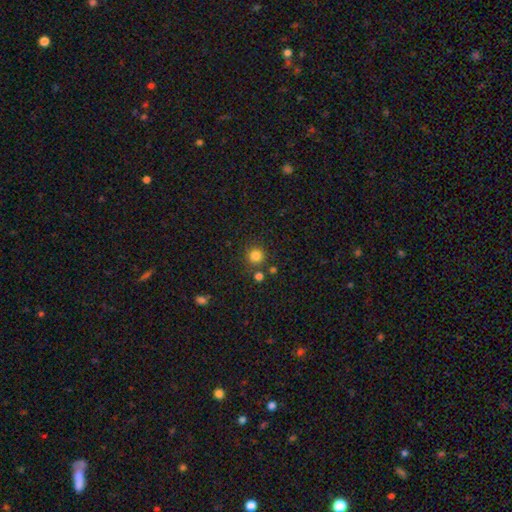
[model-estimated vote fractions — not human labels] Smooth or featured: smooth — 82% (star or artifact — 13%)
How rounded: round — 94% (in between — 6%)
Merging: none — 80% (merger — 9%)